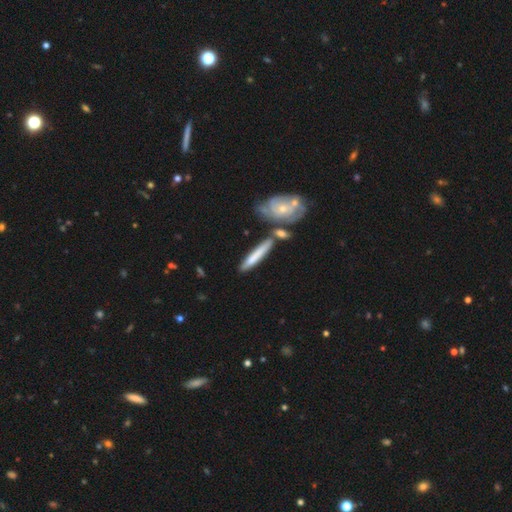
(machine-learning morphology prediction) type=smooth (59%); roundness=cigar-shaped (87%); merging=none (64%).